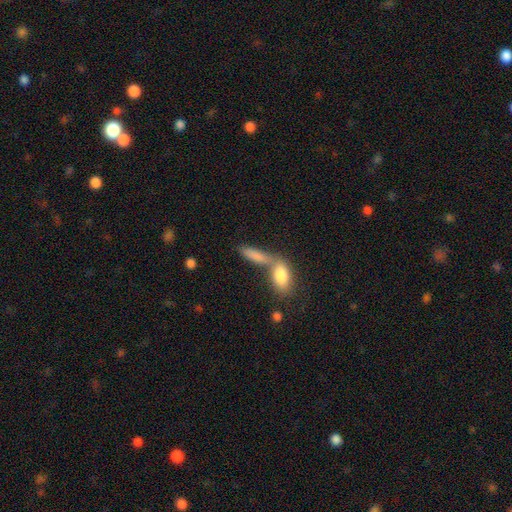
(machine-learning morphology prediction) Q: Smooth or featured?
A: smooth (80%); runner-up: featured or disk (12%)
Q: How rounded?
A: in between (53%); runner-up: cigar-shaped (43%)
Q: Merging?
A: merger (51%); runner-up: none (36%)